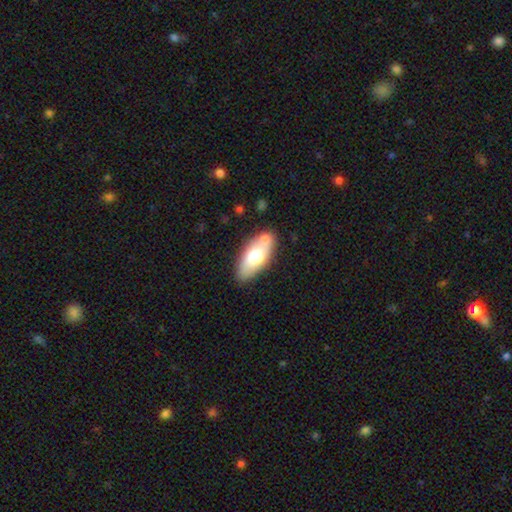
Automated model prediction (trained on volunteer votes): smooth-or-featured: smooth: 67% | featured or disk: 26% | star or artifact: 6%
  how-rounded: in between: 84% | cigar-shaped: 13% | round: 3%
  merging: none: 69% | minor disturbance: 14% | merger: 13% | major disturbance: 3%